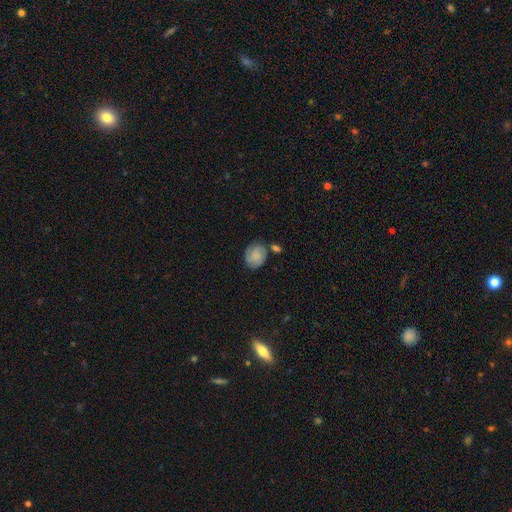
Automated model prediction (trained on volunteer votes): Smooth or featured? smooth (60%)
How rounded? round (53%)
Merging? none (62%)